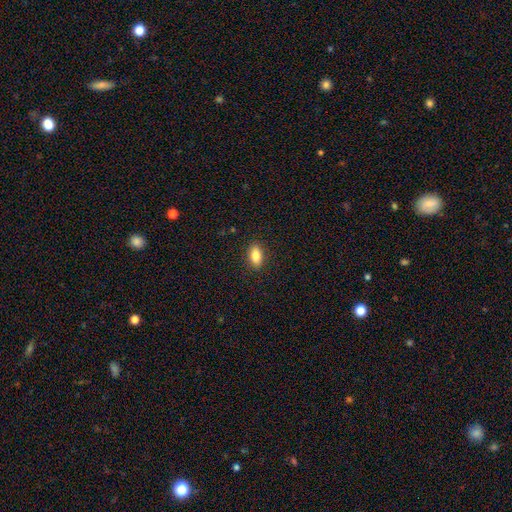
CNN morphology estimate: This is clearly a smooth galaxy (83%). How rounded: clearly in between (87%). Merging: clearly none (89%).